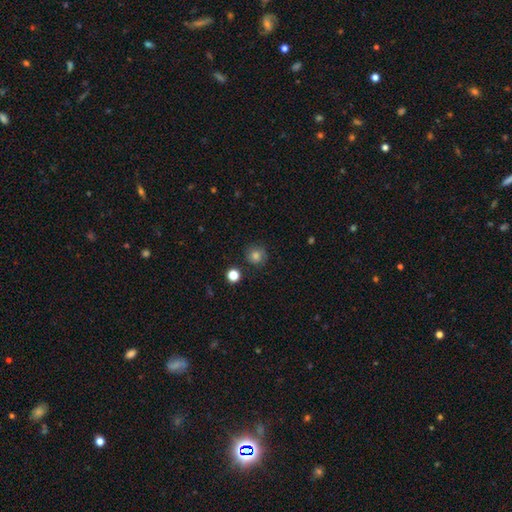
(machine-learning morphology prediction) A smooth galaxy with no disk features (79%) that is round (92%).

Vote fractions:
- Smooth or featured? smooth: 79% / star or artifact: 13% / featured or disk: 8%
- How rounded? round: 92% / in between: 7% / cigar-shaped: 1%
- Merging? none: 85% / minor disturbance: 10% / major disturbance: 3% / merger: 2%